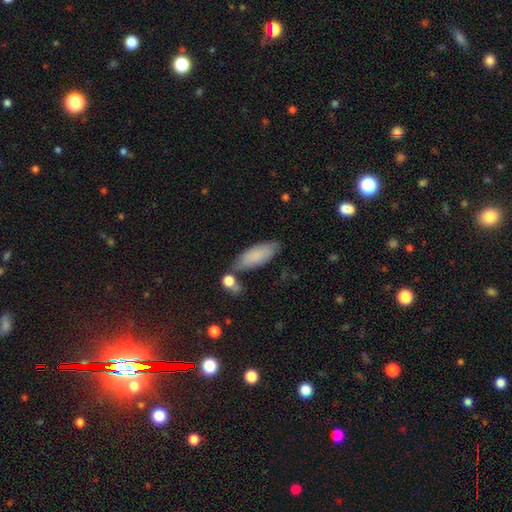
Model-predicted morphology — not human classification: smooth-or-featured: smooth: 82% | featured or disk: 11% | star or artifact: 7%
  how-rounded: in between: 72% | cigar-shaped: 26% | round: 2%
  merging: none: 68% | minor disturbance: 18% | merger: 9% | major disturbance: 5%